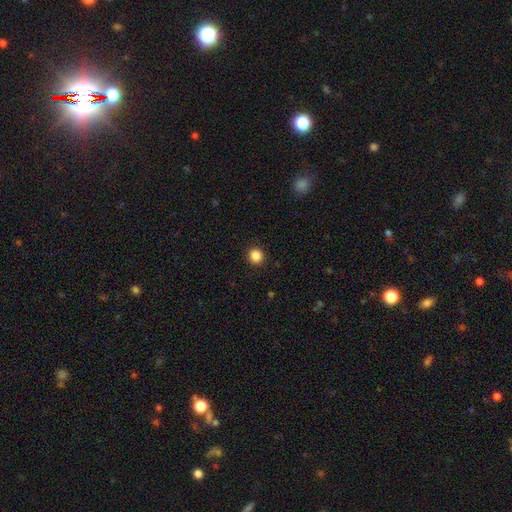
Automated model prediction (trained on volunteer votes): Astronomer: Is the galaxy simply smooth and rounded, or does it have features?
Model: smooth — 87%.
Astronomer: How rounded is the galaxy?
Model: round — 93%.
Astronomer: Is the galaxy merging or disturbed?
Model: none — 92%.